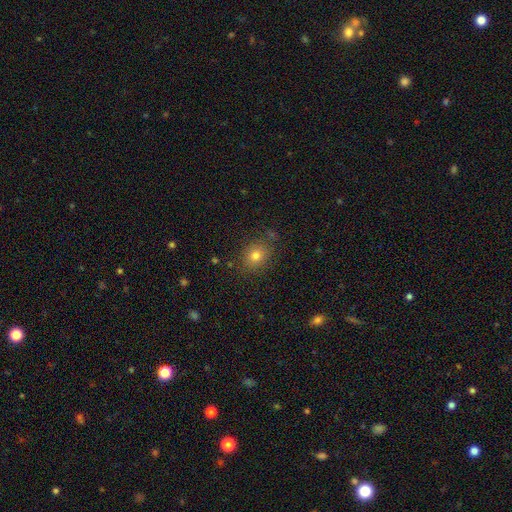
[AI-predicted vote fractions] Smooth or featured: smooth — 78% (star or artifact — 13%)
How rounded: round — 61% (in between — 38%)
Merging: none — 82% (minor disturbance — 12%)